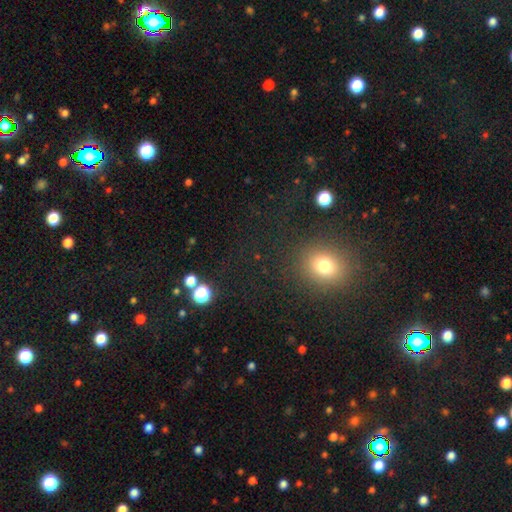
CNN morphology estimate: Smooth or featured: smooth — 56% (star or artifact — 37%)
How rounded: round — 82% (in between — 16%)
Merging: none — 87% (minor disturbance — 7%)